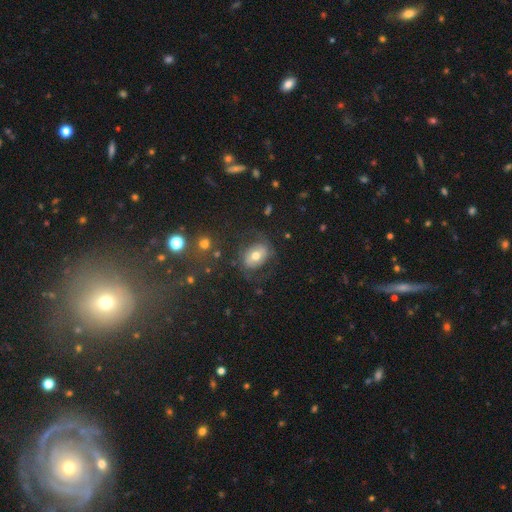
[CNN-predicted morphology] Smooth or featured?
  - smooth: 48% *
  - featured or disk: 41%
  - star or artifact: 10%
Merging?
  - none: 63% *
  - minor disturbance: 18%
  - major disturbance: 16%
  - merger: 3%